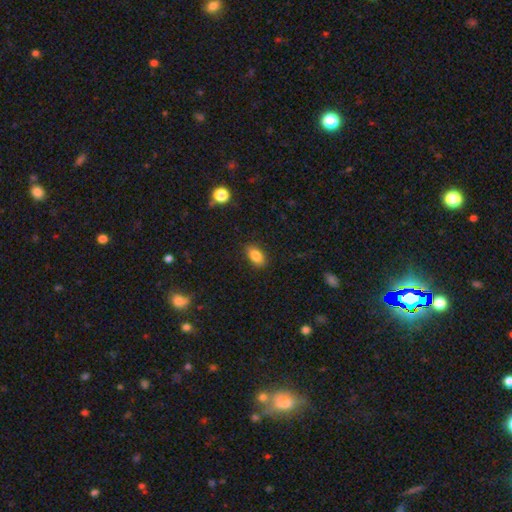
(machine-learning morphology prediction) A smooth galaxy with no disk features (84%) that is in between round and cigar-shaped (88%). Merging: none (85%).